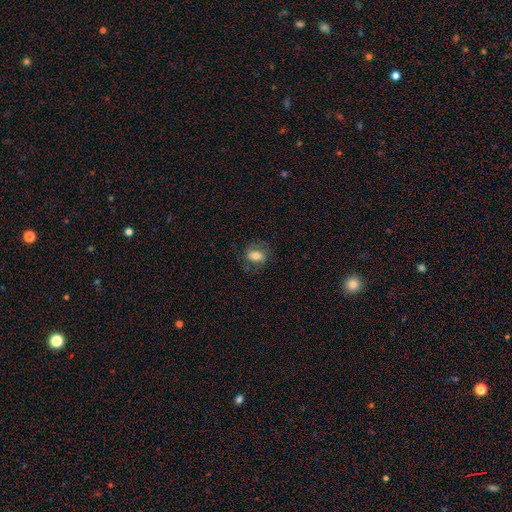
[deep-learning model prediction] Q: Smooth or featured?
A: smooth (65%); runner-up: featured or disk (25%)
Q: How rounded?
A: in between (69%); runner-up: round (29%)
Q: Merging?
A: none (69%); runner-up: minor disturbance (19%)